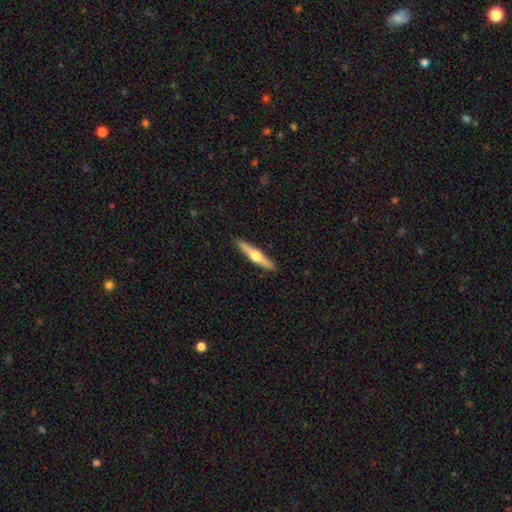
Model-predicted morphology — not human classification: featured or disk 60%, smooth 36%, star or artifact 5%. Down the decision tree: edge-on disk — yes (96%); edge-on bulge — rounded (94%); merging — none (91%).